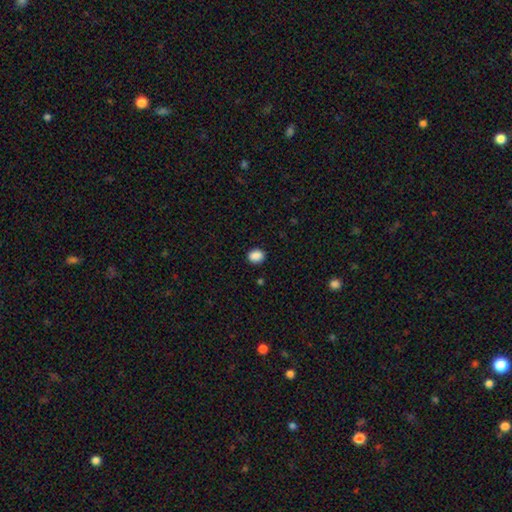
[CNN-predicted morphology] type=smooth (88%); roundness=round (50%); merging=none (88%).